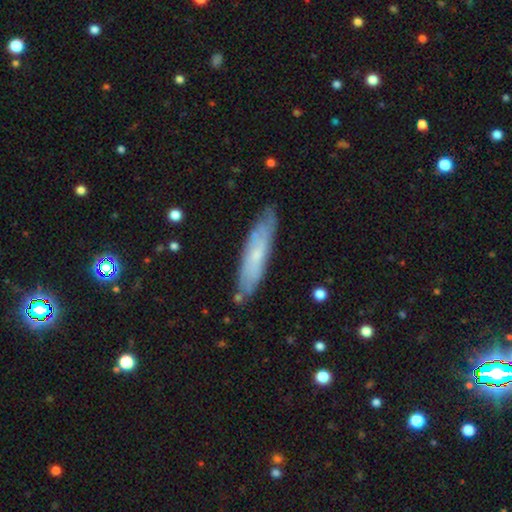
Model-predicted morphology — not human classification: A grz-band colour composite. It shows a smooth galaxy with no disk features (47%). Merging: none (80%).